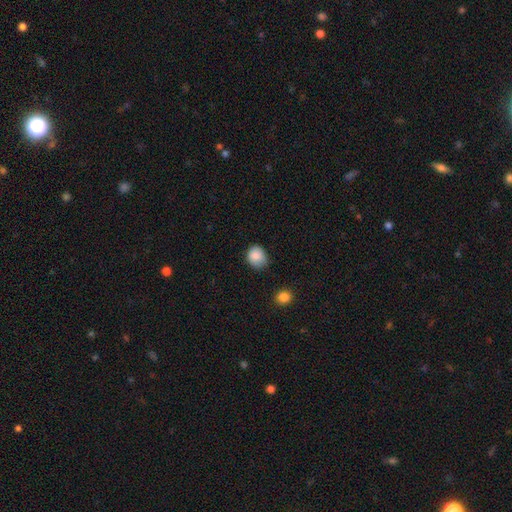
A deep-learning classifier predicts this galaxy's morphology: This is clearly a smooth galaxy (87%). How rounded: likely round (65%). Merging: likely none (67%).